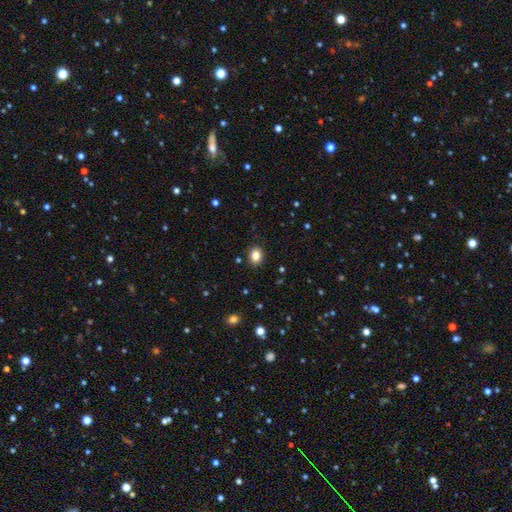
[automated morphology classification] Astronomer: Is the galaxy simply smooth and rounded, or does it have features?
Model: smooth — 84%.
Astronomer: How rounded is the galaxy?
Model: in between — 50% (runner-up: round, 49%).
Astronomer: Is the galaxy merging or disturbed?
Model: none — 89%.